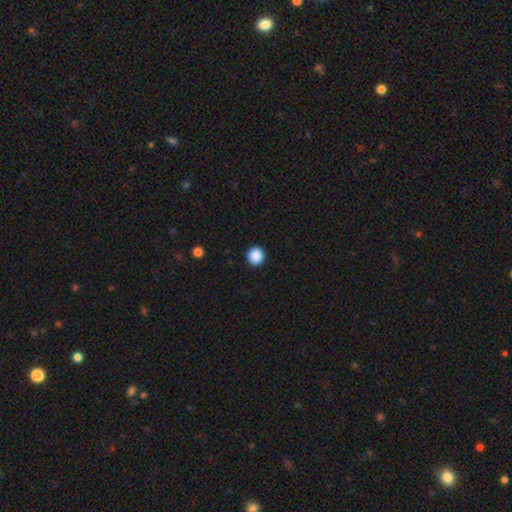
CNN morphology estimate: A smooth galaxy with no disk features (89%) that is round (95%).

Vote fractions:
- Smooth or featured? smooth: 89% / star or artifact: 9% / featured or disk: 2%
- How rounded? round: 95% / in between: 5% / cigar-shaped: 1%
- Merging? none: 94% / minor disturbance: 4% / major disturbance: 2% / merger: 1%